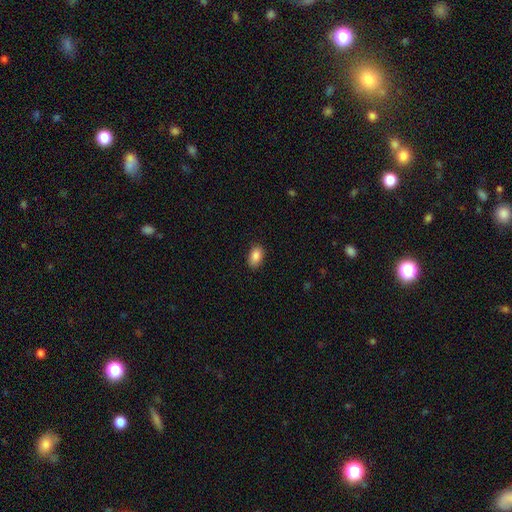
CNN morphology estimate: Overall: smooth (87%). How rounded: in between (90%). Merging: none (86%).